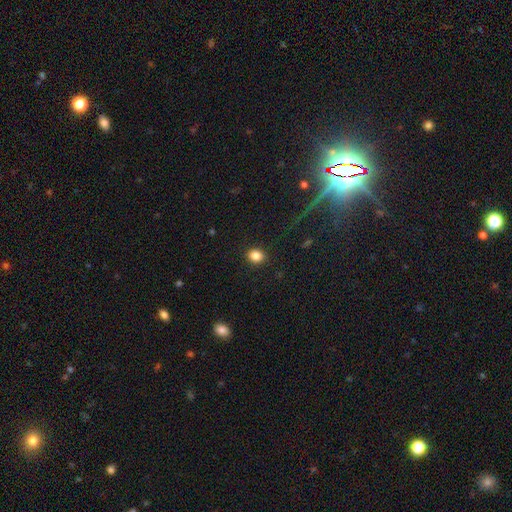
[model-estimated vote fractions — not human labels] Smooth or featured?
  - smooth: 84% *
  - star or artifact: 11%
  - featured or disk: 5%
How rounded?
  - round: 65% *
  - in between: 34%
  - cigar-shaped: 1%
Merging?
  - none: 91% *
  - minor disturbance: 6%
  - major disturbance: 2%
  - merger: 1%